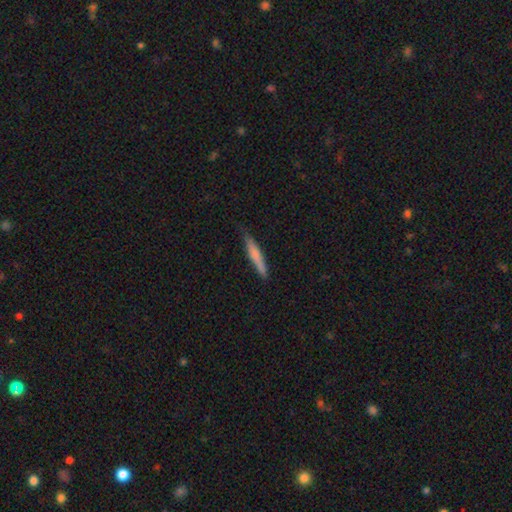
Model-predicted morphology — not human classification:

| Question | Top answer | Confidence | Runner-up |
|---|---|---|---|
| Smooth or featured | smooth | 70% | featured or disk (25%) |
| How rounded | cigar-shaped | 93% | in between (6%) |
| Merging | none | 78% | minor disturbance (18%) |